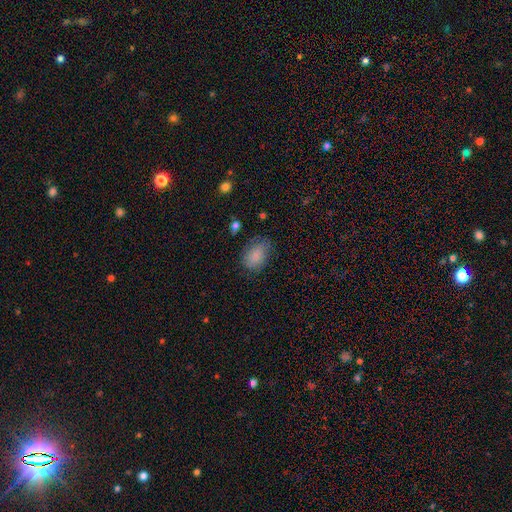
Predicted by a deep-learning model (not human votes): Q: Smooth or featured?
A: smooth (84%); runner-up: star or artifact (8%)
Q: How rounded?
A: in between (83%); runner-up: round (16%)
Q: Merging?
A: none (66%); runner-up: minor disturbance (25%)